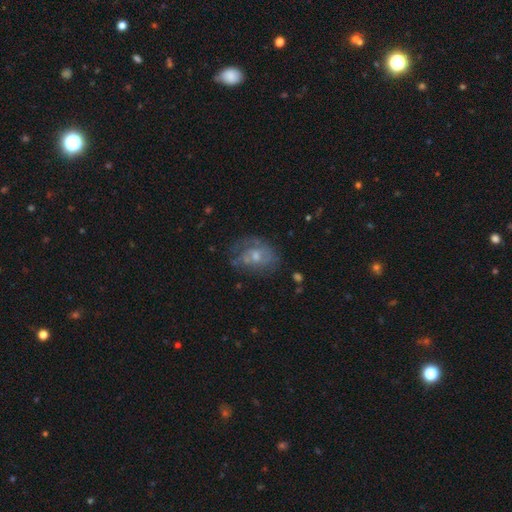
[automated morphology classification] The model was most divided on "bulge size": small: 48%, moderate: 45%, none: 4%, large: 3%, dominant: 1%. More confident: edge-on disk — no (96%); bar — no (71%); spiral arms — yes (69%); smooth or featured — featured or disk (63%); merging — none (59%).